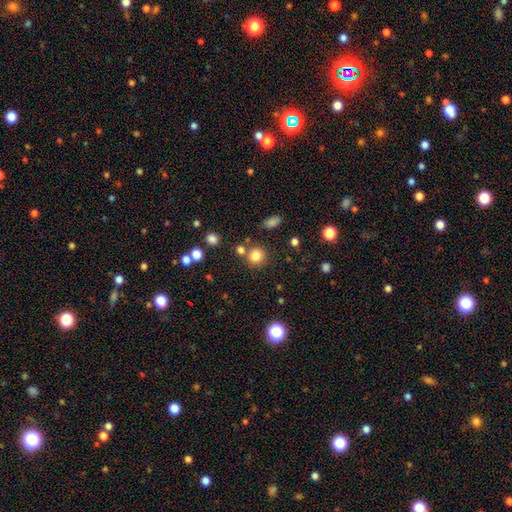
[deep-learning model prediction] Smooth or featured? Predicted: smooth (p=0.80). How rounded? Predicted: round (p=0.89). Merging? Predicted: none (p=0.76).